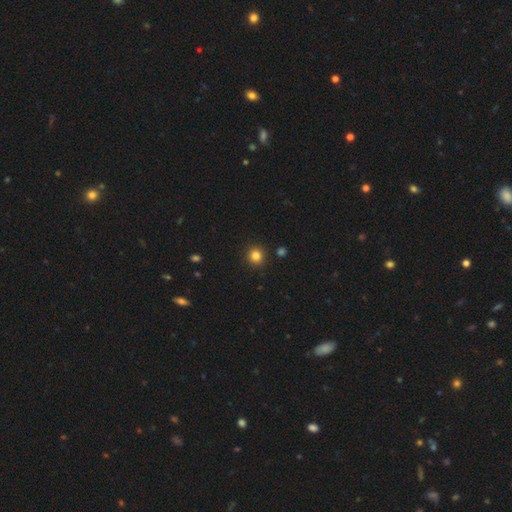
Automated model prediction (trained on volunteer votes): Smooth or featured? smooth (83%)
How rounded? round (91%)
Merging? none (91%)